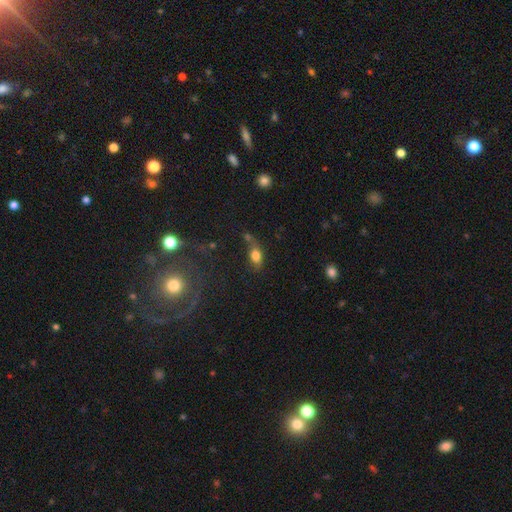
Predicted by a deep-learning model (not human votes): smooth_or_featured: smooth (p=0.78) [alt: featured or disk p=0.12]
how_rounded: in between (p=0.76) [alt: round p=0.17]
merging: none (p=0.44) [alt: minor disturbance p=0.26]